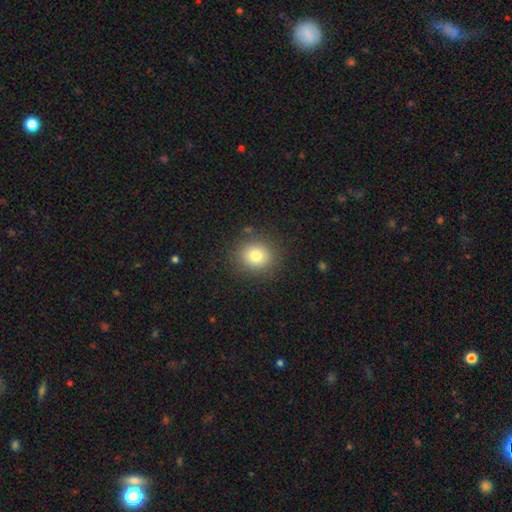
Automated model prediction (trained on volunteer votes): Morphology: type=smooth (79%); roundness=round (83%); merging=none (87%).